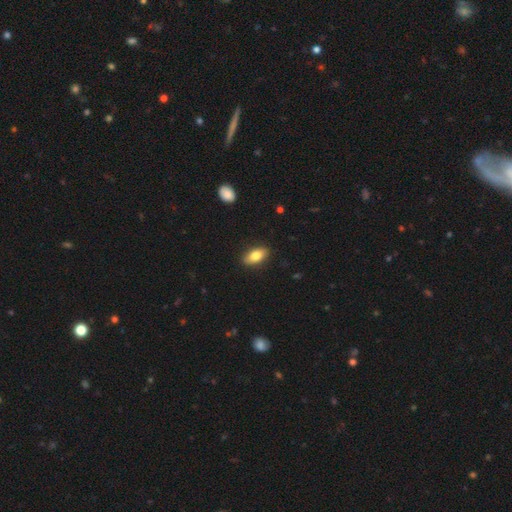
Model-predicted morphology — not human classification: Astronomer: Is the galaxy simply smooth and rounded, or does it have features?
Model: smooth — 81%.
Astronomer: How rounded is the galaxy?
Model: in between — 89%.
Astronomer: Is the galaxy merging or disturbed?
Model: none — 89%.